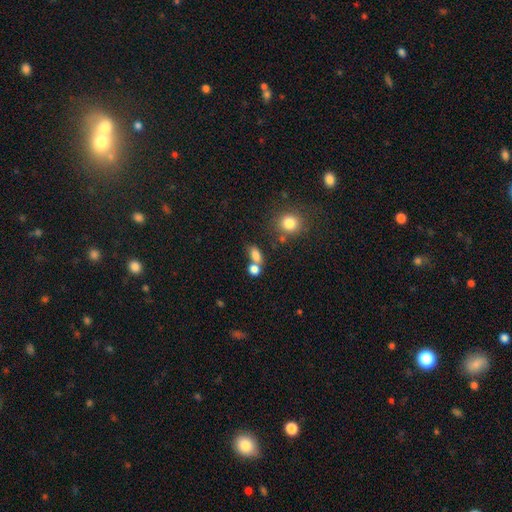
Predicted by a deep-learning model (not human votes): This is likely a smooth galaxy (80%). How rounded: likely in between (75%). Merging: marginally none (44%).